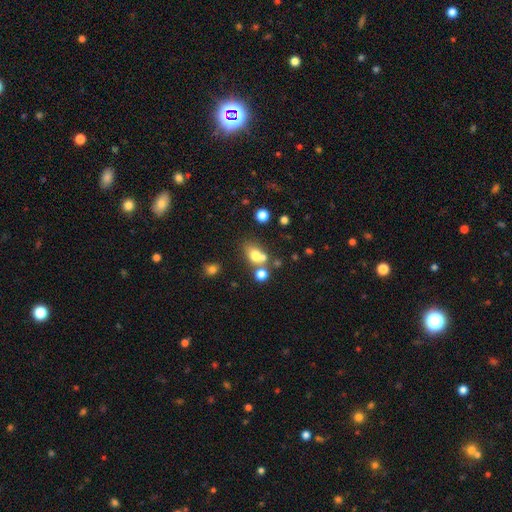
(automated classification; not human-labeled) A smooth galaxy with no disk features (71%) that is in between round and cigar-shaped (55%). Merging: none (46%).